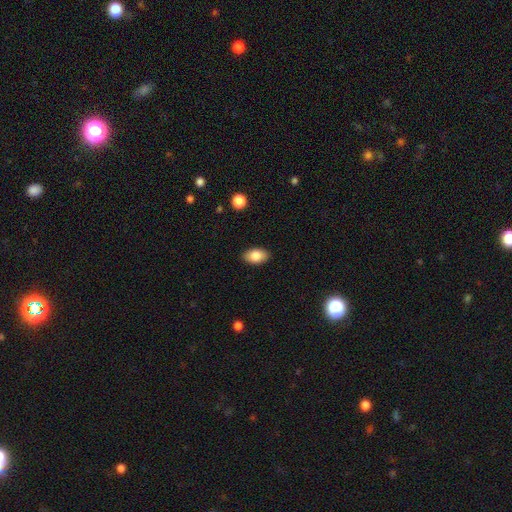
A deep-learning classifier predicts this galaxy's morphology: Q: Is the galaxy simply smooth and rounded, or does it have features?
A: smooth — 84%.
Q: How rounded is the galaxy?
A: in between — 92%.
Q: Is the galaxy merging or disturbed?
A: none — 88%.